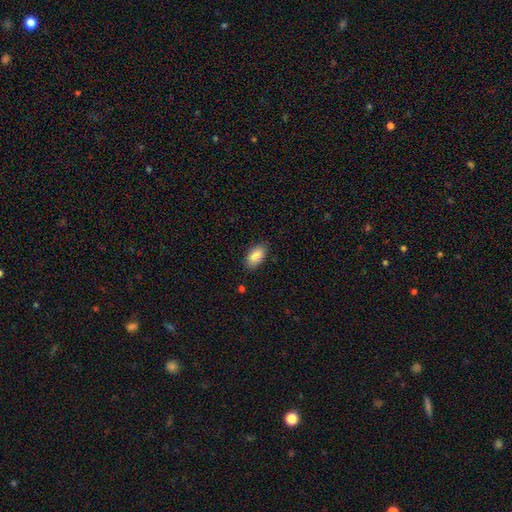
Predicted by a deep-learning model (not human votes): Morphology: type=smooth (86%); roundness=in between (94%); merging=none (84%).